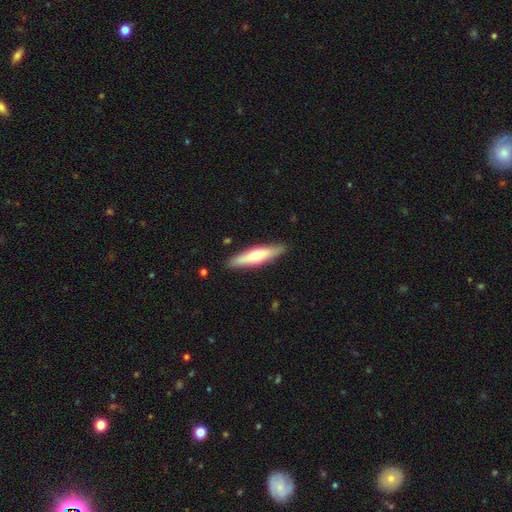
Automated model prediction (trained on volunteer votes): A smooth galaxy with no disk features (53%) that is cigar-shaped (80%). Merging: none (88%).